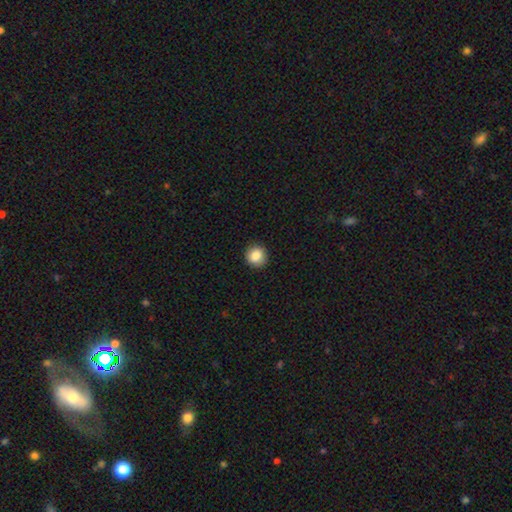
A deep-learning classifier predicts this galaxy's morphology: This appears to be a smooth galaxy with no disk features (86%) that is round (89%). Merging: none (91%).